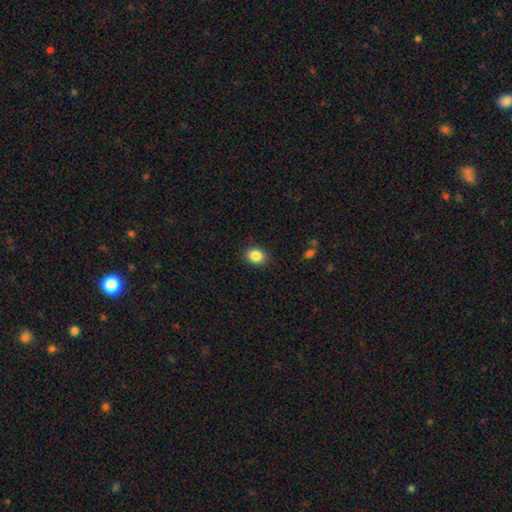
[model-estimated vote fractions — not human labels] smooth-or-featured: smooth: 86% | star or artifact: 9% | featured or disk: 4%
  how-rounded: round: 61% | in between: 38% | cigar-shaped: 1%
  merging: none: 88% | minor disturbance: 8% | major disturbance: 2% | merger: 1%